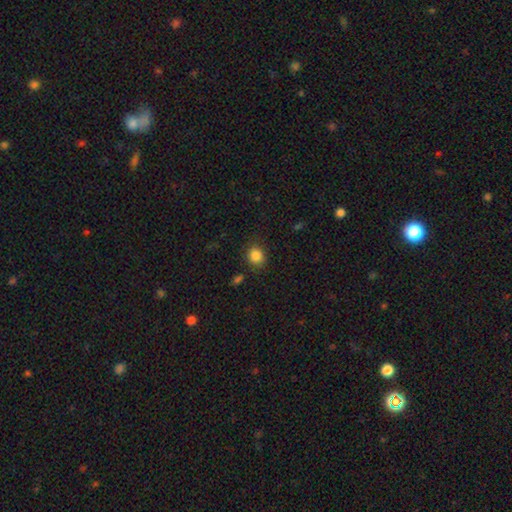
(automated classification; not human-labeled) smooth 85%, star or artifact 10%, featured or disk 4%. Down the decision tree: how rounded — round (76%); merging — none (85%).